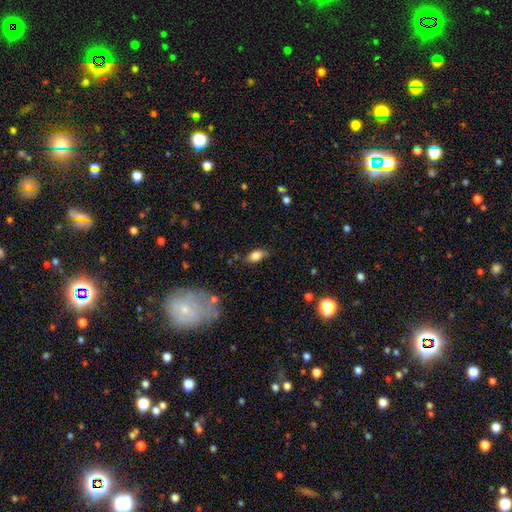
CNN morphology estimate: type=smooth (80%); roundness=in between (85%); merging=none (71%).